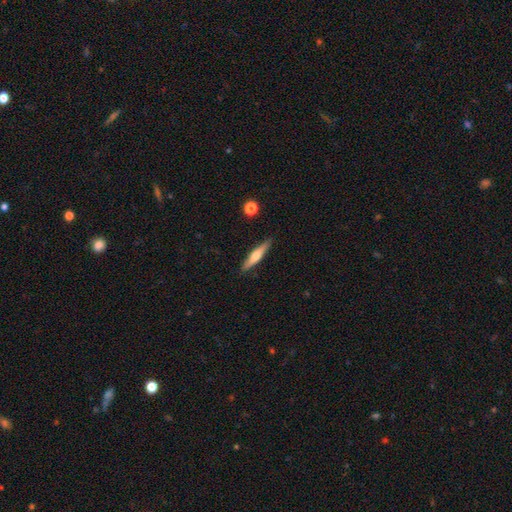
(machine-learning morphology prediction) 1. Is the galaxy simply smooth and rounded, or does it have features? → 49% featured or disk, 45% smooth, 6% star or artifact.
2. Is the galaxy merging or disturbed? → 88% none, 8% minor disturbance, 2% major disturbance, 2% merger.